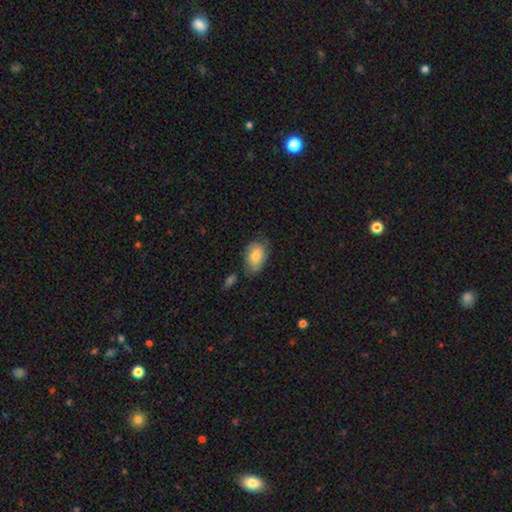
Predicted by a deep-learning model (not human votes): Overall: smooth (74%). How rounded: in between (89%). Merging: none (58%; minor disturbance 28%).